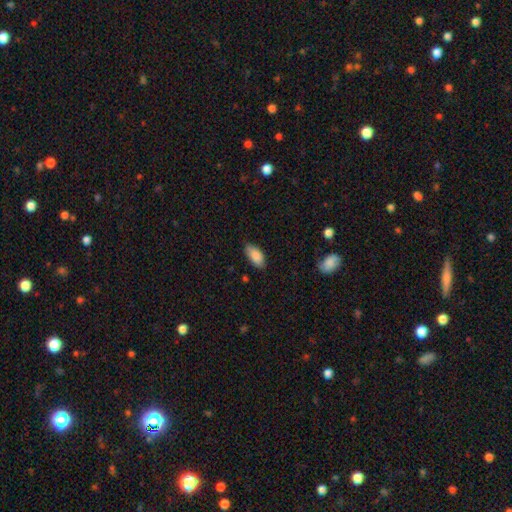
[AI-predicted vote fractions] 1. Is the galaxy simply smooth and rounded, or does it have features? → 88% smooth, 6% star or artifact, 6% featured or disk.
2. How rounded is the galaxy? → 91% in between, 6% cigar-shaped, 2% round.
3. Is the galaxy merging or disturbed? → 79% none, 17% minor disturbance, 3% major disturbance, 1% merger.